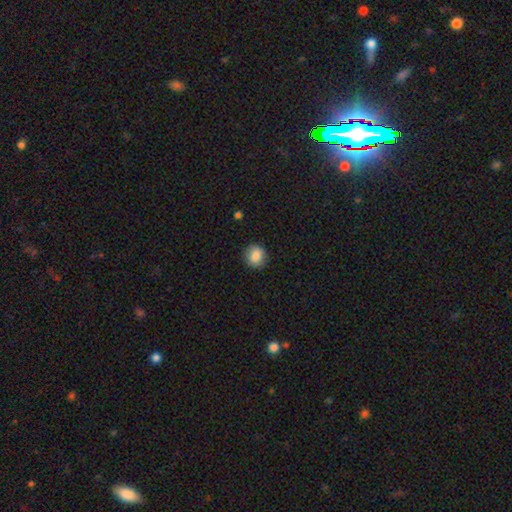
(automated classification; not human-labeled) Smooth or featured?
  - smooth: 84% *
  - star or artifact: 9%
  - featured or disk: 7%
How rounded?
  - round: 86% *
  - in between: 13%
  - cigar-shaped: 1%
Merging?
  - none: 88% *
  - minor disturbance: 9%
  - major disturbance: 2%
  - merger: 1%